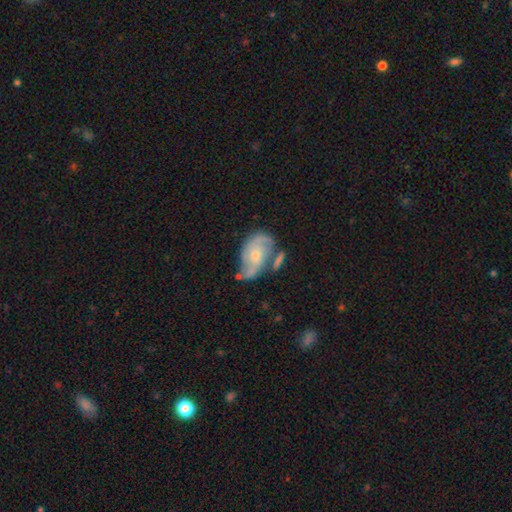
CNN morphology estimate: This appears to be a featured or disk galaxy (68%) with no bar (71%), 2 (63%) medium (43%) spiral arms (83%) and a small central bulge (54%). Merging: none (42%).